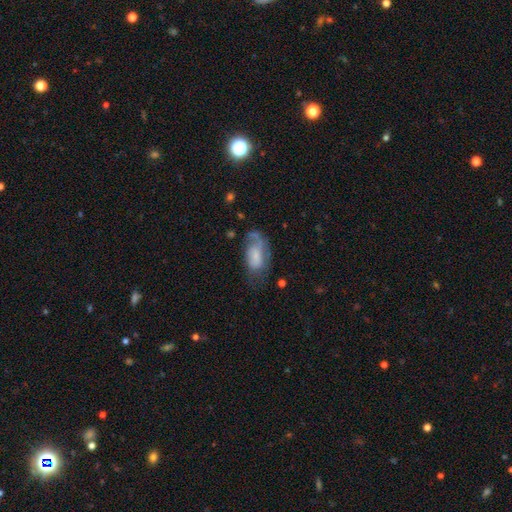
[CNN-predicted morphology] The model was most divided on "smooth or featured": featured or disk: 49%, smooth: 43%, star or artifact: 8%. Remaining: merging — none (42%).